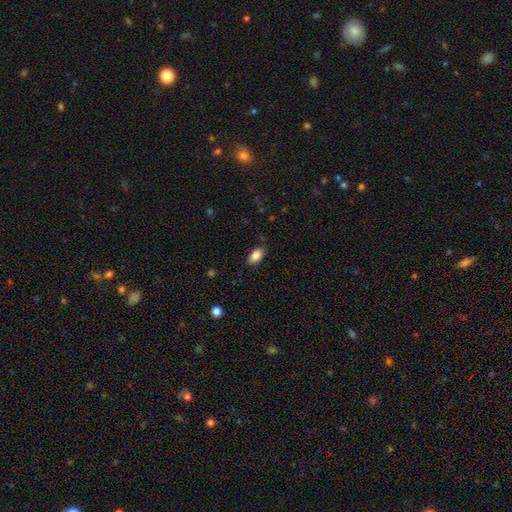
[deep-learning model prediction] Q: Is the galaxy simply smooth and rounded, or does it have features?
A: smooth — 84%.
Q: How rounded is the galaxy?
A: in between — 91%.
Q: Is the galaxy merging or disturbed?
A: none — 85%.